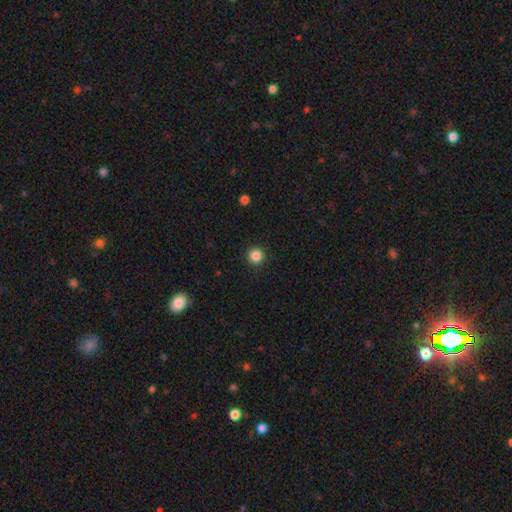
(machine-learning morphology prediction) Q: Smooth or featured?
A: smooth (85%); runner-up: star or artifact (11%)
Q: How rounded?
A: round (96%); runner-up: in between (3%)
Q: Merging?
A: none (93%); runner-up: minor disturbance (4%)